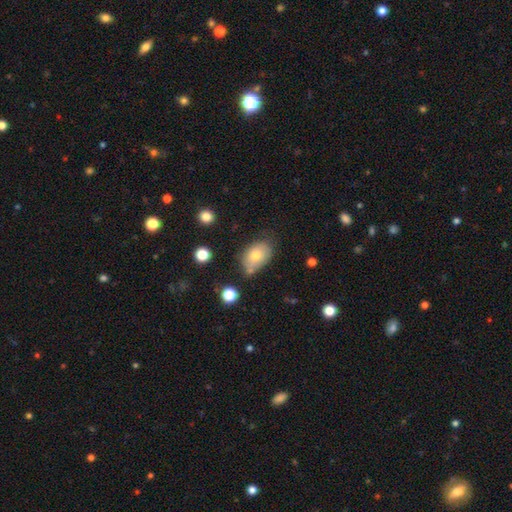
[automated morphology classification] A smooth galaxy with no disk features (74%) that is in between round and cigar-shaped (86%). Merging: none (57%).